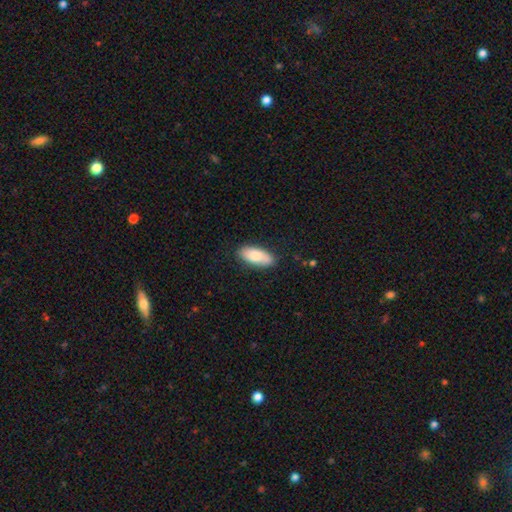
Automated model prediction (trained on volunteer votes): smooth_or_featured: smooth (p=0.80) [alt: featured or disk p=0.14]
how_rounded: in between (p=0.86) [alt: cigar-shaped p=0.12]
merging: none (p=0.84) [alt: minor disturbance p=0.13]